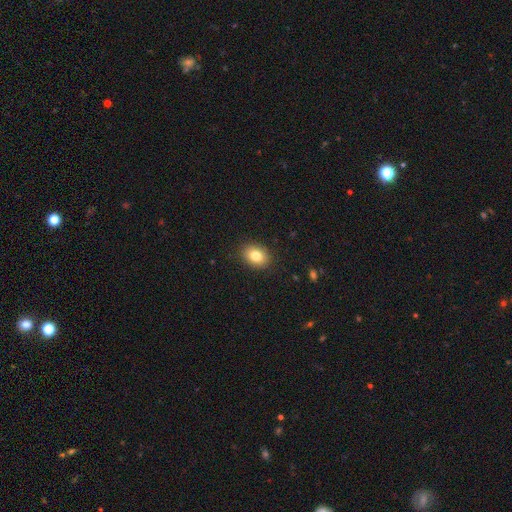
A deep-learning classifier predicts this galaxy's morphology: Smooth or featured?
  - smooth: 81% *
  - featured or disk: 9%
  - star or artifact: 9%
How rounded?
  - in between: 67% *
  - round: 32%
  - cigar-shaped: 1%
Merging?
  - none: 89% *
  - minor disturbance: 8%
  - major disturbance: 2%
  - merger: 1%